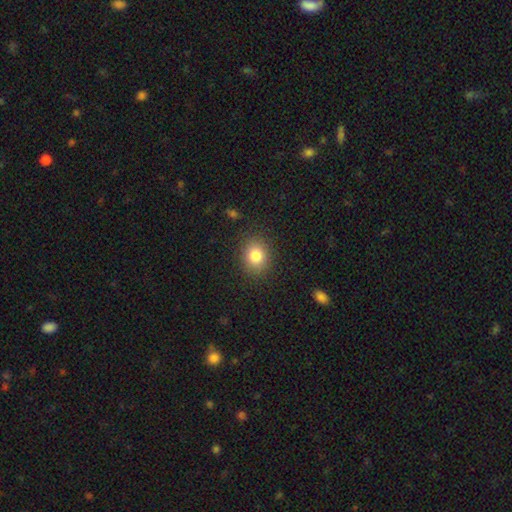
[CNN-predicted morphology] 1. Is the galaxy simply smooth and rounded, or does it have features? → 83% smooth, 10% star or artifact, 7% featured or disk.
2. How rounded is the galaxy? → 60% round, 39% in between, 1% cigar-shaped.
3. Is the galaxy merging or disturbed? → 87% none, 9% minor disturbance, 3% major disturbance, 1% merger.